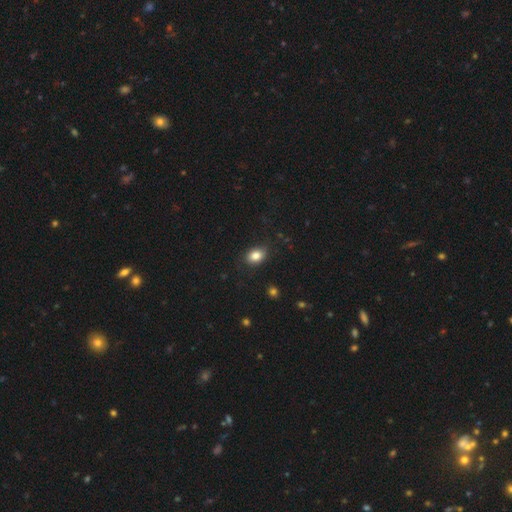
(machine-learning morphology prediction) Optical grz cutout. It shows a smooth galaxy with no disk features (84%) that is in between round and cigar-shaped (70%). Merging: none (84%).